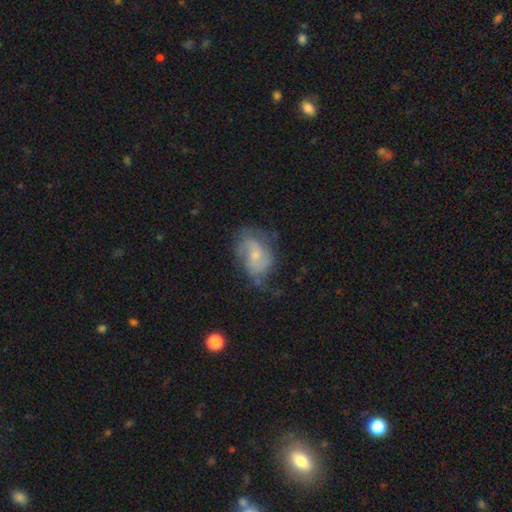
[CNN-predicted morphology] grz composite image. It shows a featured or disk galaxy (61%) with no bar (64%), spiral arms (79%) and a small central bulge (64%). Merging: none (47%).